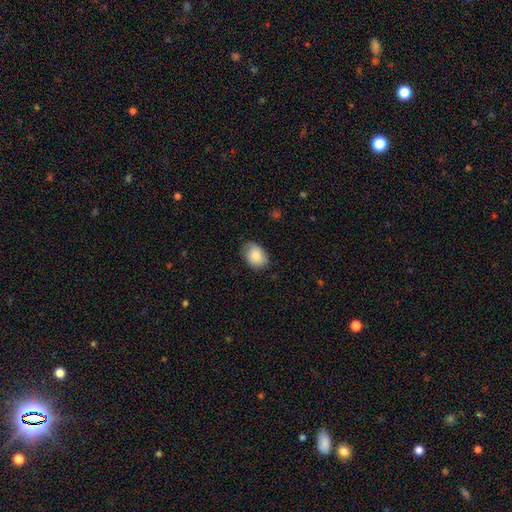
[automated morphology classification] smooth 82%, featured or disk 11%, star or artifact 7%. Down the decision tree: how rounded — in between (70%); merging — none (71%).